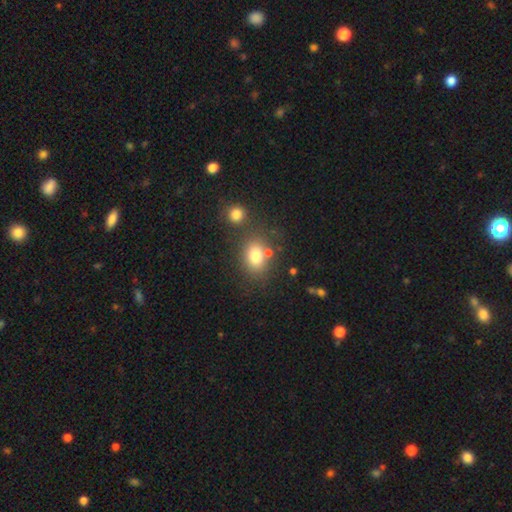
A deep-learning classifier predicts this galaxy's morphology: This is likely a smooth galaxy (78%). How rounded: likely in between (62%). Merging: likely none (65%).